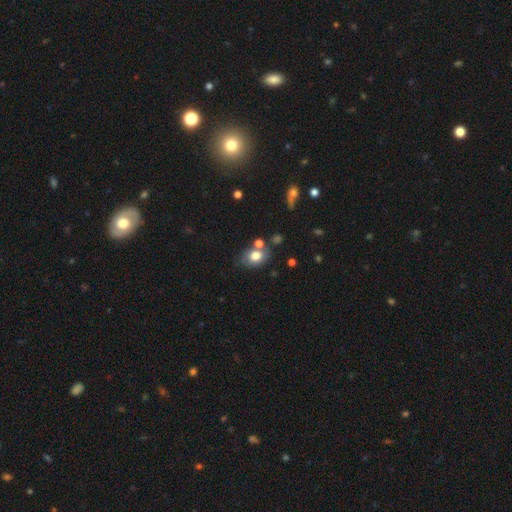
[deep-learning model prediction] smooth 74%, featured or disk 16%, star or artifact 10%. Down the decision tree: how rounded — in between (64%); merging — none (62%).